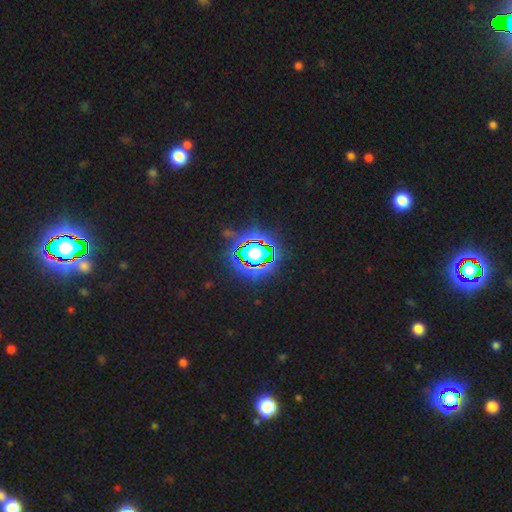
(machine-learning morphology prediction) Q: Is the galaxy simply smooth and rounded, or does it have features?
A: star or artifact — 82%.